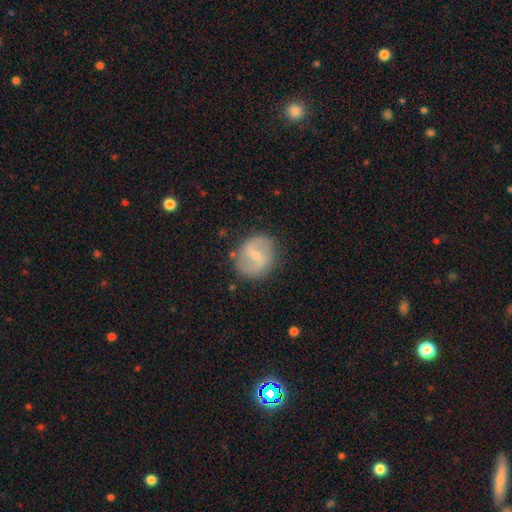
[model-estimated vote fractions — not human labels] smooth-or-featured: featured or disk: 69% | smooth: 25% | star or artifact: 6%
  disk-edge-on: no: 98% | yes: 2%
    bar: weak: 55% | strong: 29% | no: 16%
    has-spiral-arms: yes: 84% | no: 16%
      spiral-winding: medium: 44% | loose: 41% | tight: 15%
      spiral-arm-count: 2: 89% | can't tell: 6% | 1: 2% | 3: 1% | 4: 1% | more than 4: 1%
    bulge-size: small: 61% | moderate: 26% | none: 11% | large: 1% | dominant: 1%
  merging: none: 82% | minor disturbance: 13% | major disturbance: 4% | merger: 2%